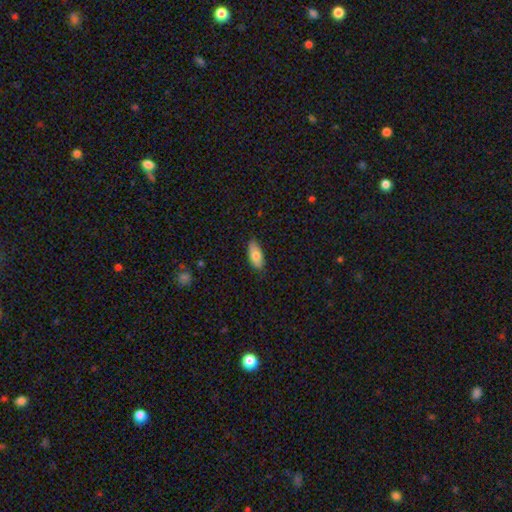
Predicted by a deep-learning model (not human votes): smooth-or-featured: smooth: 75% | featured or disk: 18% | star or artifact: 6%
  how-rounded: in between: 86% | cigar-shaped: 11% | round: 3%
  merging: none: 85% | minor disturbance: 12% | major disturbance: 2% | merger: 1%